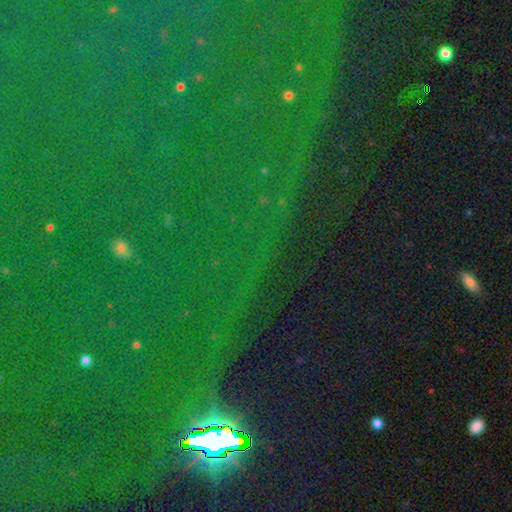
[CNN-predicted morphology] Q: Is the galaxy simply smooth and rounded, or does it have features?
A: star or artifact — 86%.